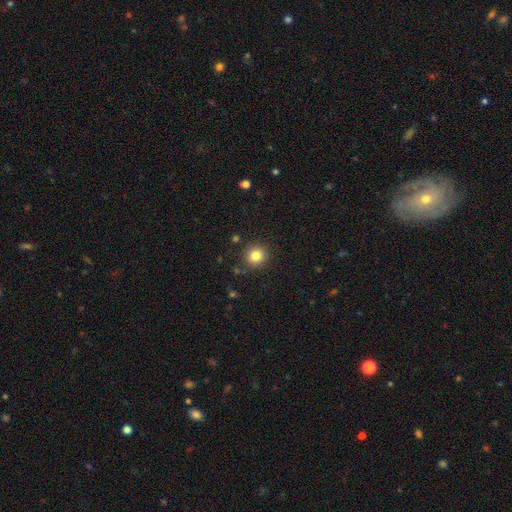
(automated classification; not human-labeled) smooth_or_featured: smooth (p=0.83) [alt: star or artifact p=0.11]
how_rounded: round (p=0.91) [alt: in between p=0.08]
merging: none (p=0.89) [alt: minor disturbance p=0.07]